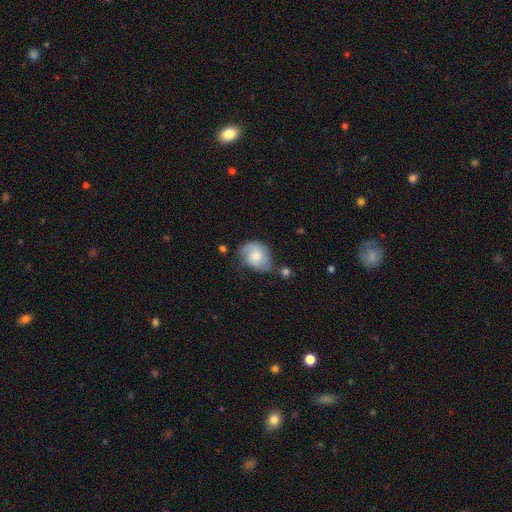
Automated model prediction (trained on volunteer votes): Q: Smooth or featured?
A: smooth (58%); runner-up: featured or disk (35%)
Q: How rounded?
A: in between (51%); runner-up: round (48%)
Q: Merging?
A: none (48%); runner-up: minor disturbance (33%)